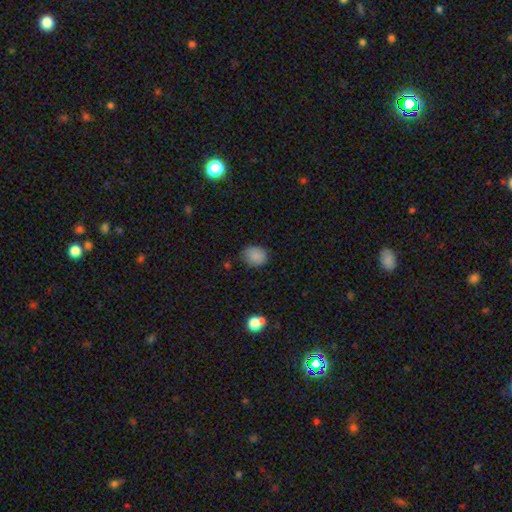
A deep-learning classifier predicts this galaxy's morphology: Smooth or featured?
  - smooth: 86% *
  - star or artifact: 10%
  - featured or disk: 4%
How rounded?
  - round: 54% *
  - in between: 45%
  - cigar-shaped: 1%
Merging?
  - none: 72% *
  - minor disturbance: 22%
  - major disturbance: 4%
  - merger: 2%